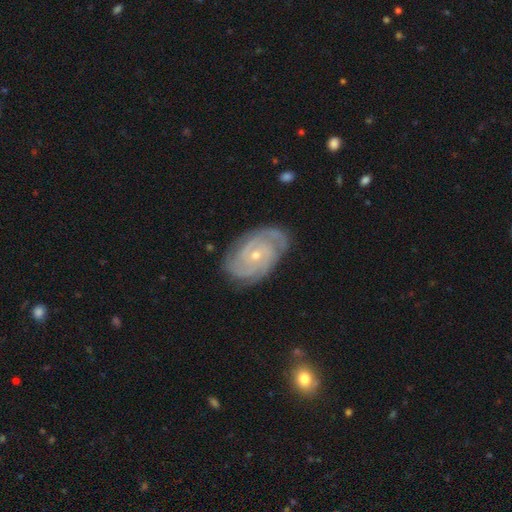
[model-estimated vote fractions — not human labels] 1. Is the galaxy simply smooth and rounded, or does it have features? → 86% featured or disk, 7% smooth, 6% star or artifact.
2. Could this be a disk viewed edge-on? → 97% no, 3% yes.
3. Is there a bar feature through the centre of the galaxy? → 68% no, 26% weak, 7% strong.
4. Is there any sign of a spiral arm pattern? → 98% yes, 2% no.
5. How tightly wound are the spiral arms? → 75% tight, 22% medium, 4% loose.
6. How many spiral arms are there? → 41% 2, 25% 3, 16% can't tell, 8% 4, 5% more than 4, 5% 1.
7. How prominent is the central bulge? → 70% small, 27% moderate, 1% none, 1% large, 1% dominant.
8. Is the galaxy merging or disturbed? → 79% none, 15% minor disturbance, 4% major disturbance, 1% merger.